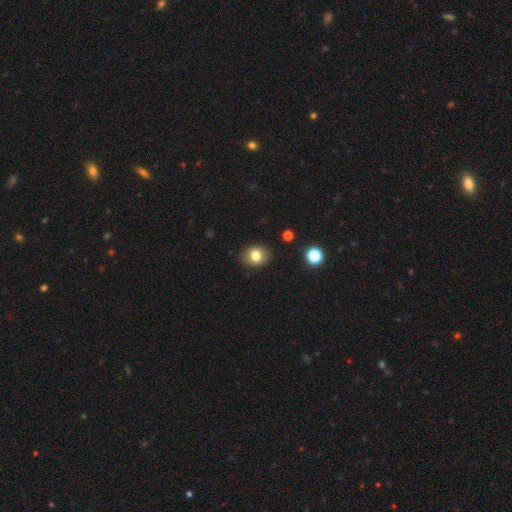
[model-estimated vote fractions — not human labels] smooth-or-featured: smooth: 79% | star or artifact: 11% | featured or disk: 9%
  how-rounded: round: 57% | in between: 42% | cigar-shaped: 1%
  merging: none: 88% | minor disturbance: 9% | major disturbance: 2% | merger: 1%